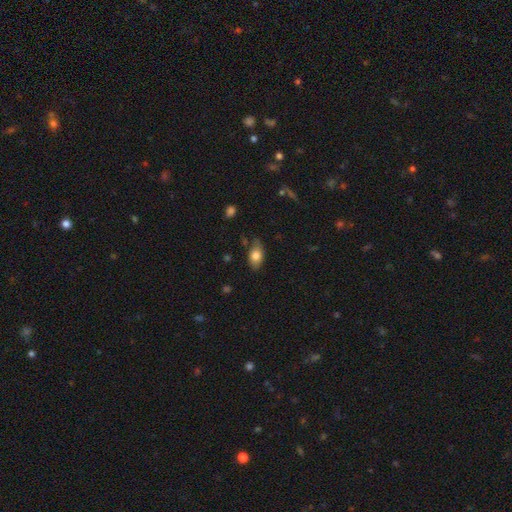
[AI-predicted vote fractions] Smooth or featured? smooth (78%)
How rounded? in between (89%)
Merging? none (73%)